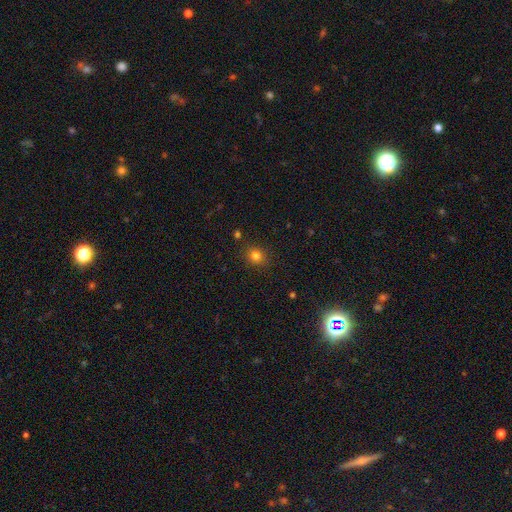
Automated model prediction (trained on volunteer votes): Overall: smooth (80%). How rounded: round (76%). Merging: none (87%).